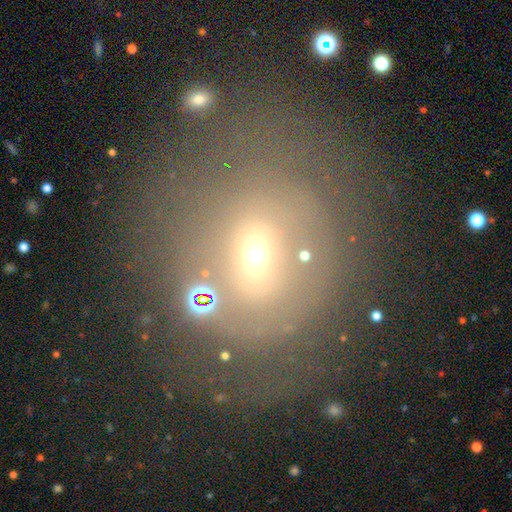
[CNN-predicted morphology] Q: Smooth or featured?
A: smooth (43%); runner-up: featured or disk (37%)
Q: Merging?
A: none (53%); runner-up: major disturbance (20%)